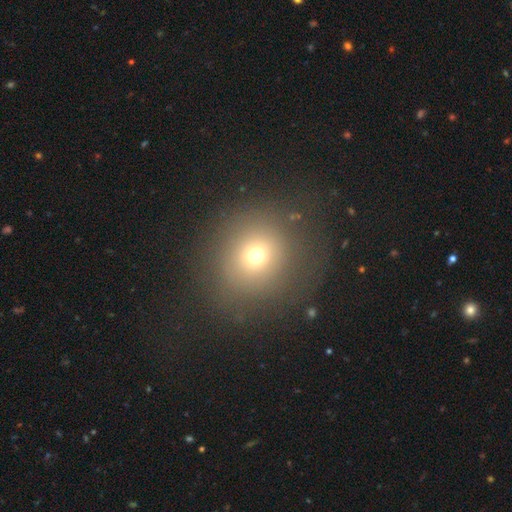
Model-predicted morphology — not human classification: Smooth or featured? smooth (68%)
How rounded? round (87%)
Merging? none (77%)